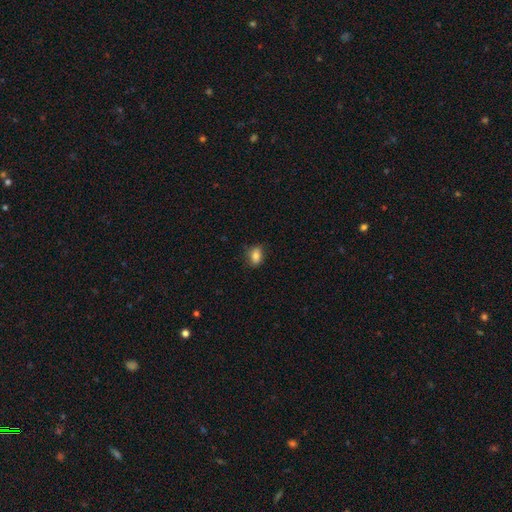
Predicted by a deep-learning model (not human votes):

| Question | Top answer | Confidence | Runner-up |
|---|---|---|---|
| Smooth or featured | smooth | 83% | star or artifact (9%) |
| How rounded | in between | 74% | round (24%) |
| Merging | none | 78% | minor disturbance (18%) |